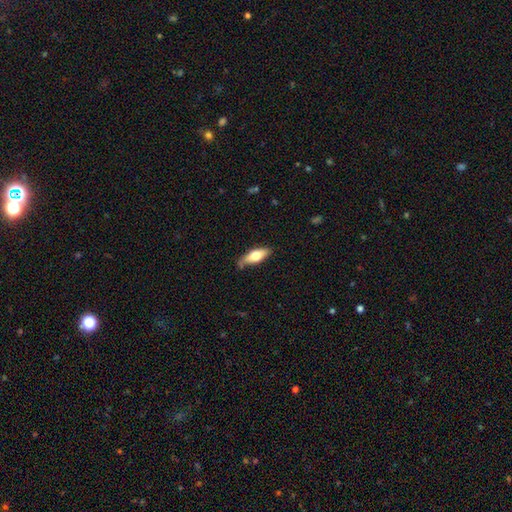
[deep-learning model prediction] A smooth galaxy with no disk features (67%) that is in between round and cigar-shaped (67%).

Vote fractions:
- Smooth or featured? smooth: 67% / featured or disk: 27% / star or artifact: 6%
- How rounded? in between: 67% / cigar-shaped: 30% / round: 2%
- Merging? none: 70% / minor disturbance: 22% / major disturbance: 4% / merger: 3%